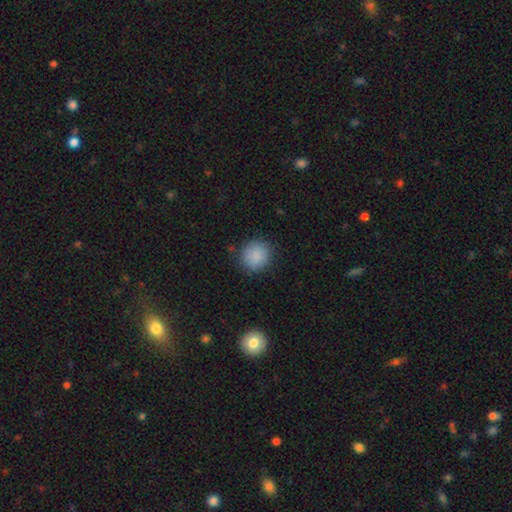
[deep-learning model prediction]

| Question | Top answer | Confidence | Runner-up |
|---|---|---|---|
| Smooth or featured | smooth | 87% | star or artifact (8%) |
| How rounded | round | 91% | in between (8%) |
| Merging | none | 87% | minor disturbance (9%) |